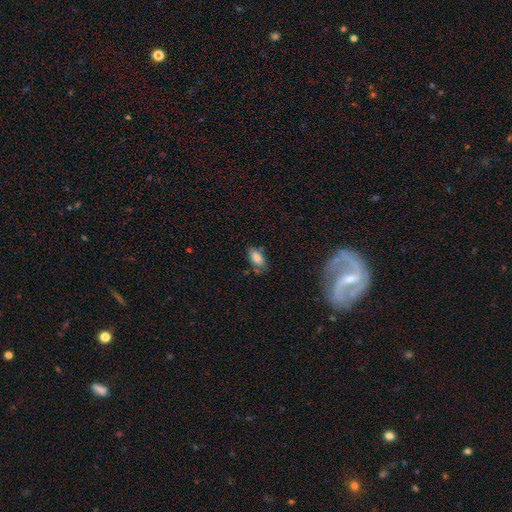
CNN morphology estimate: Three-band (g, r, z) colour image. It shows a smooth galaxy with no disk features (80%) that is in between round and cigar-shaped (90%). Merging: none (66%).